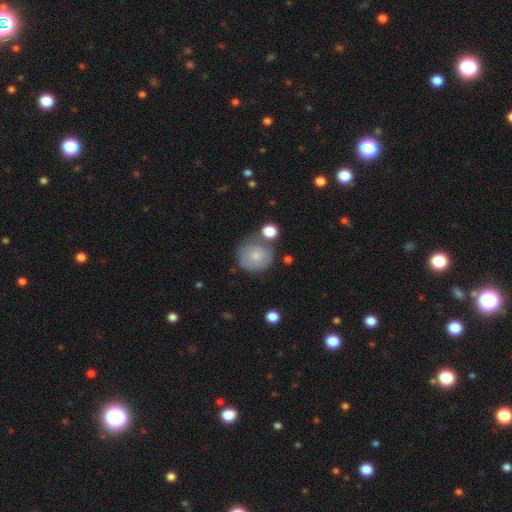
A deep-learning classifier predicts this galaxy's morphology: smooth 73%, featured or disk 19%, star or artifact 8%. Down the decision tree: how rounded — round (88%); merging — none (60%).